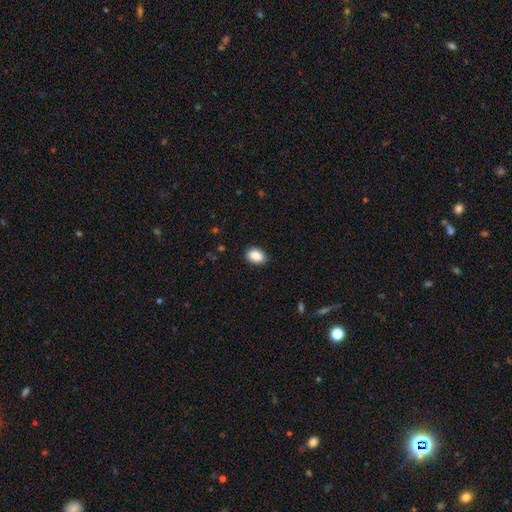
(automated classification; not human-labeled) This appears to be a smooth galaxy with no disk features (89%) that is in between round and cigar-shaped (85%). Merging: none (87%).